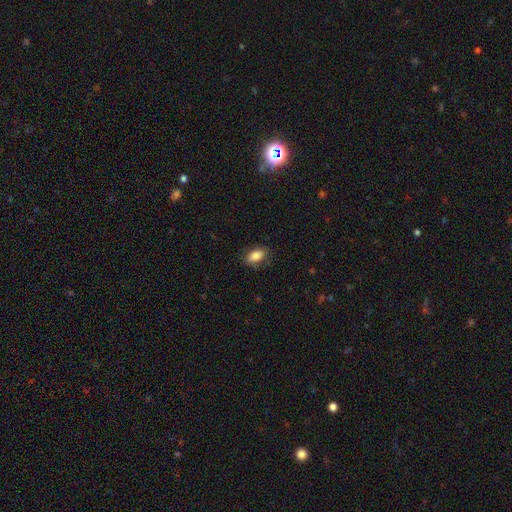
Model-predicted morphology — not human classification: A smooth galaxy with no disk features (85%) that is in between round and cigar-shaped (90%). Merging: none (82%).